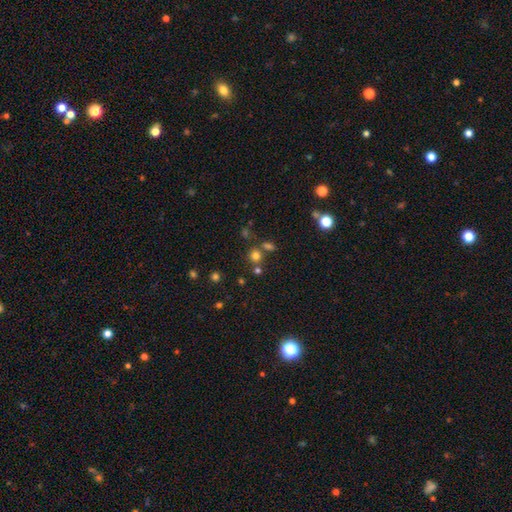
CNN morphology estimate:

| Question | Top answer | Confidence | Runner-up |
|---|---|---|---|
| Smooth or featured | smooth | 70% | star or artifact (23%) |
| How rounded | round | 87% | in between (12%) |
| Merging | none | 70% | merger (18%) |